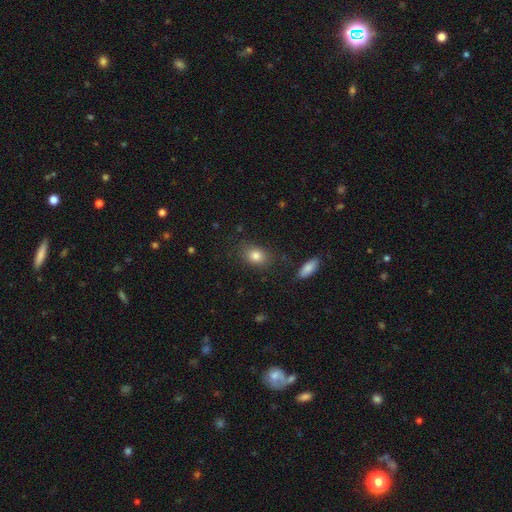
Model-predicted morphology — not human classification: A smooth galaxy with no disk features (82%) that is in between round and cigar-shaped (70%).

Vote fractions:
- Smooth or featured? smooth: 82% / star or artifact: 9% / featured or disk: 9%
- How rounded? in between: 70% / round: 29% / cigar-shaped: 2%
- Merging? none: 79% / minor disturbance: 14% / major disturbance: 4% / merger: 3%